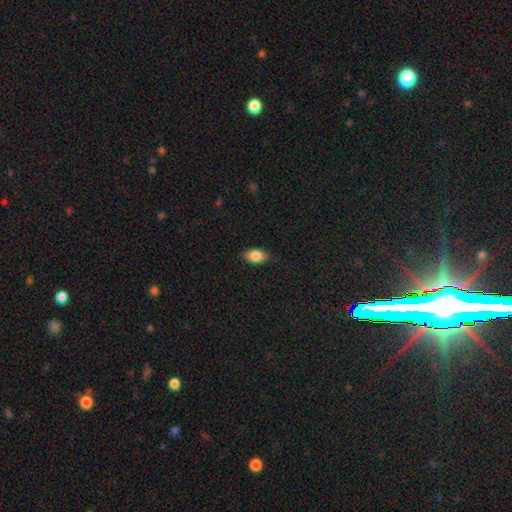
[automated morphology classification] The model was most divided on "merging": none: 84%, minor disturbance: 12%, major disturbance: 2%, merger: 1%. More confident: how rounded — in between (88%); smooth or featured — smooth (84%).